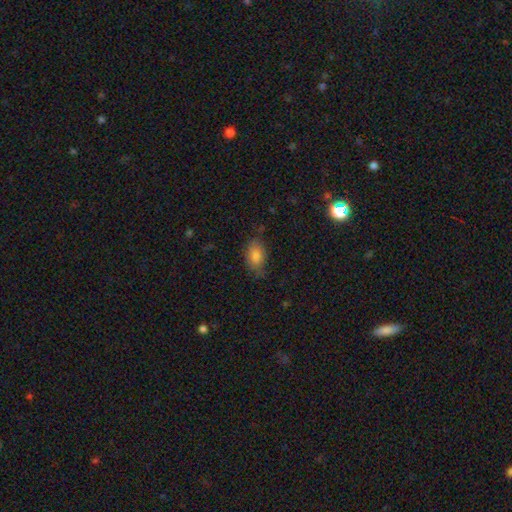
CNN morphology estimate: Smooth or featured?
  - smooth: 83% *
  - featured or disk: 9%
  - star or artifact: 8%
How rounded?
  - in between: 88% *
  - round: 10%
  - cigar-shaped: 2%
Merging?
  - none: 73% *
  - minor disturbance: 21%
  - major disturbance: 5%
  - merger: 2%